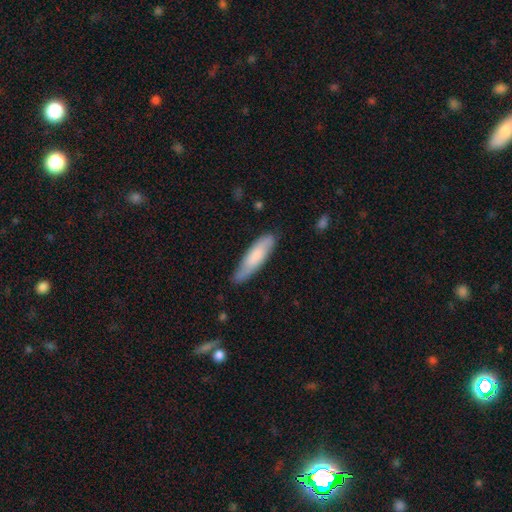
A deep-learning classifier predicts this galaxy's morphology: Smooth or featured? smooth (73%)
How rounded? cigar-shaped (69%)
Merging? none (75%)